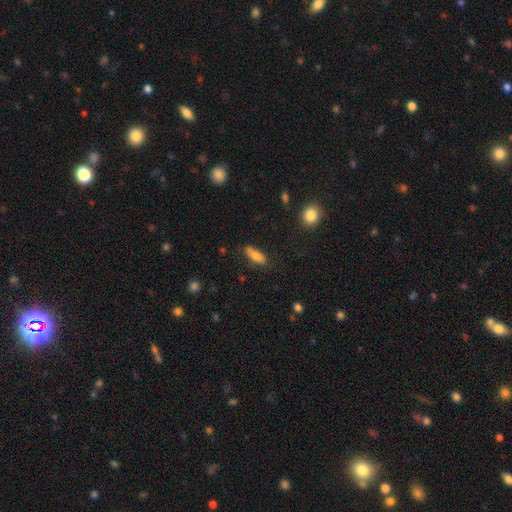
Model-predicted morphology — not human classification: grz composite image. It shows a smooth galaxy with no disk features (78%) that is in between round and cigar-shaped (70%). Merging: none (64%).